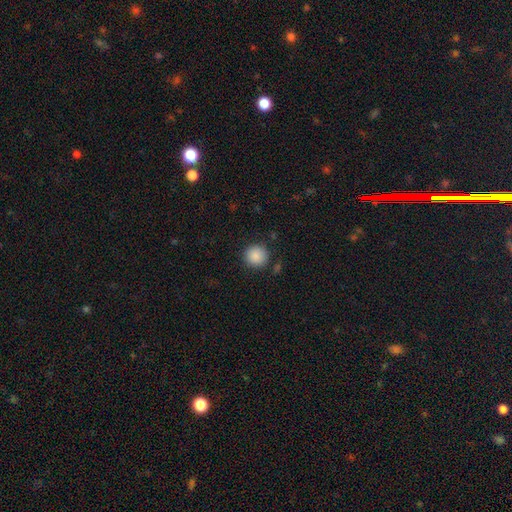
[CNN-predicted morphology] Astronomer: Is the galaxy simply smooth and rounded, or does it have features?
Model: smooth — 88%.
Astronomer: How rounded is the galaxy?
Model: round — 94%.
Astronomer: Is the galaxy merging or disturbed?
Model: none — 88%.